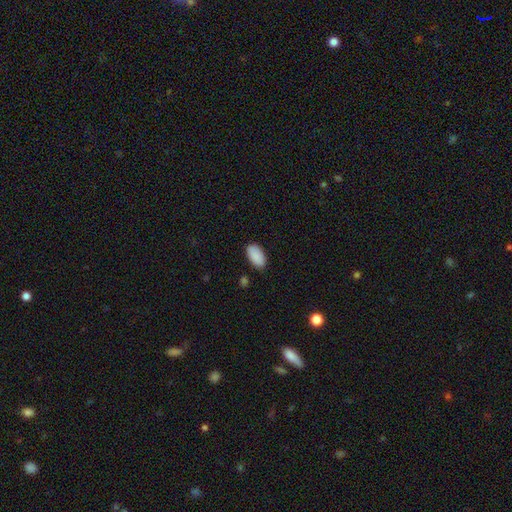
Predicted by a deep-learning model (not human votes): This is clearly a smooth galaxy (91%). How rounded: clearly in between (96%). Merging: clearly none (87%).